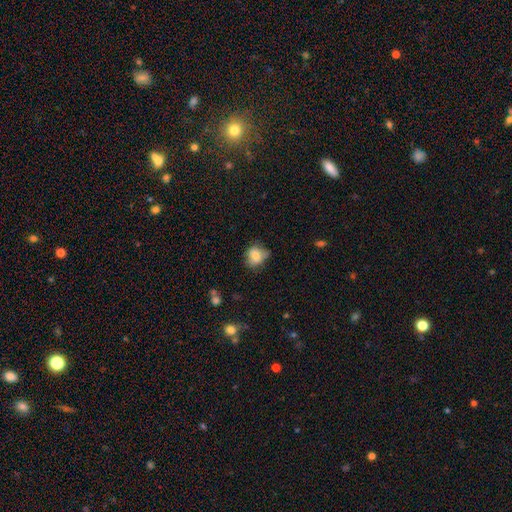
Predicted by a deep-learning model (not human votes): This is likely a smooth galaxy (77%). How rounded: possibly round (58%). Merging: possibly none (49%).